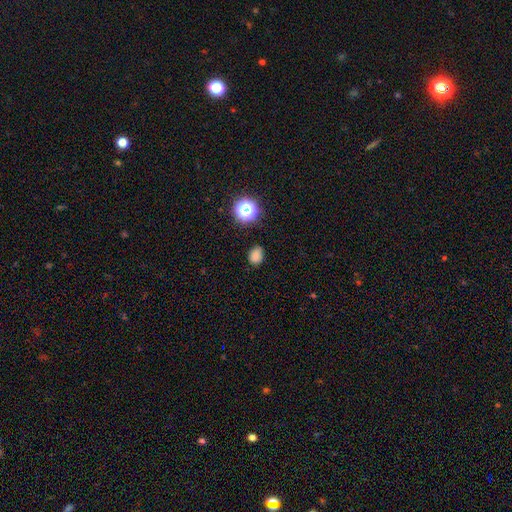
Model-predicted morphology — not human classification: This appears to be a smooth galaxy with no disk features (79%) that is in between round and cigar-shaped (54%). Merging: none (81%).